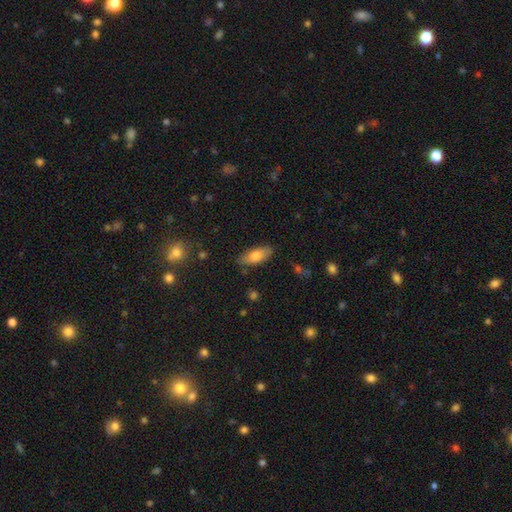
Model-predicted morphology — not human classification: Smooth or featured? smooth (77%)
How rounded? in between (79%)
Merging? none (82%)